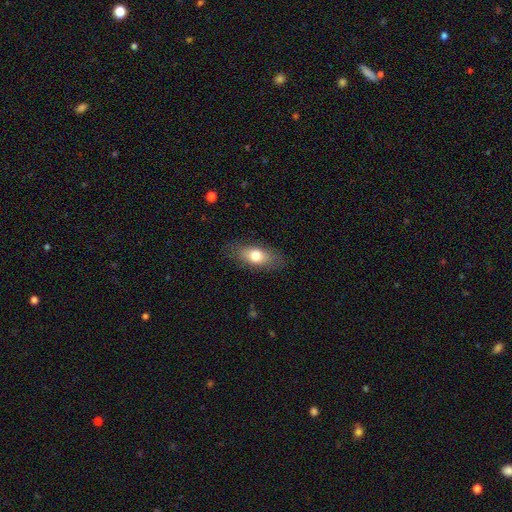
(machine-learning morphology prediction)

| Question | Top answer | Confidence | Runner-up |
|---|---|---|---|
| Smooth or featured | smooth | 74% | featured or disk (19%) |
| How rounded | in between | 80% | cigar-shaped (13%) |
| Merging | none | 80% | minor disturbance (14%) |